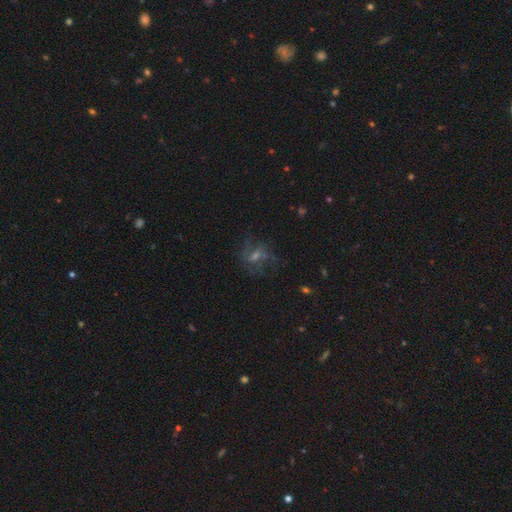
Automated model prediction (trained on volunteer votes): smooth_or_featured: featured or disk (p=0.50) [alt: star or artifact p=0.25]
disk_edge_on: no (p=0.95) [alt: yes p=0.05]
merging: none (p=0.65) [alt: minor disturbance p=0.17]